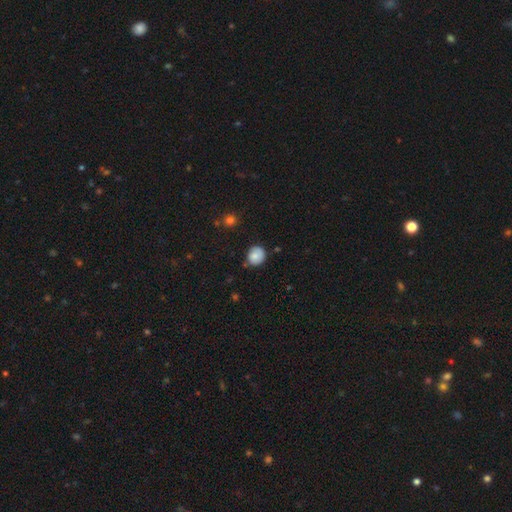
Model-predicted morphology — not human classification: type=smooth (80%); roundness=round (79%); merging=none (73%).